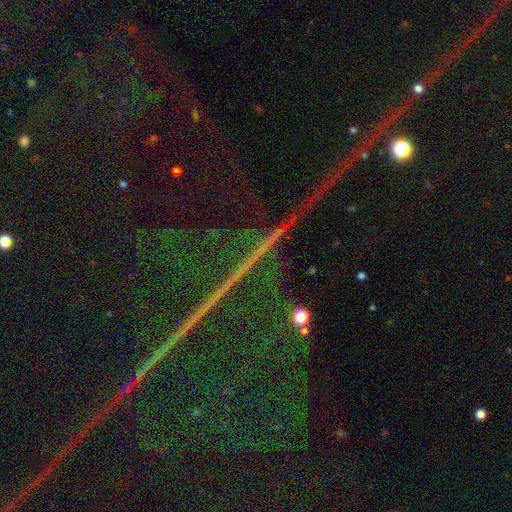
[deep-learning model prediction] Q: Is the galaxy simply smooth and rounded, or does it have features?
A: star or artifact — 85%.